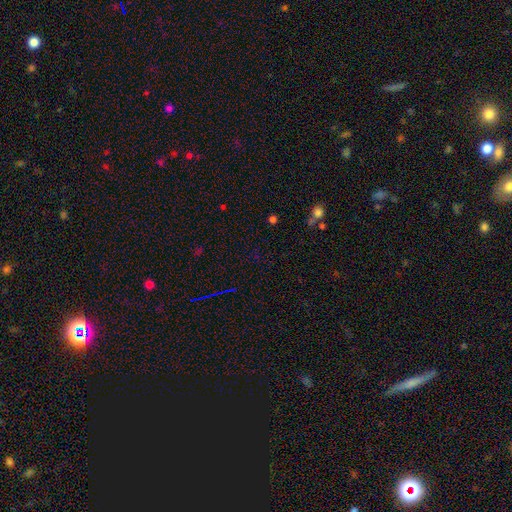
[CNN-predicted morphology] smooth-or-featured: star or artifact: 66% | smooth: 25% | featured or disk: 9%